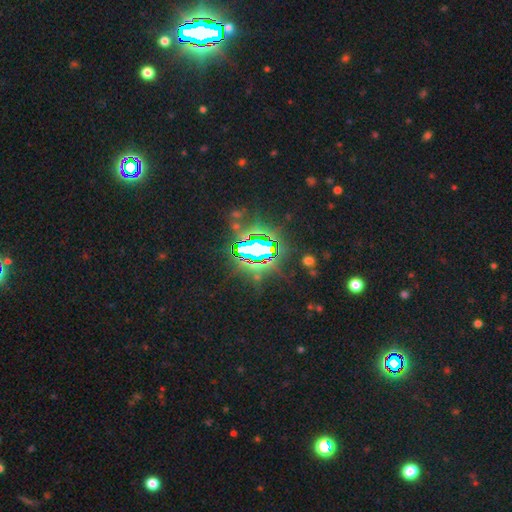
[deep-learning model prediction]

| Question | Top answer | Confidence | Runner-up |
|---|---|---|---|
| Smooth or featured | star or artifact | 79% | smooth (12%) |